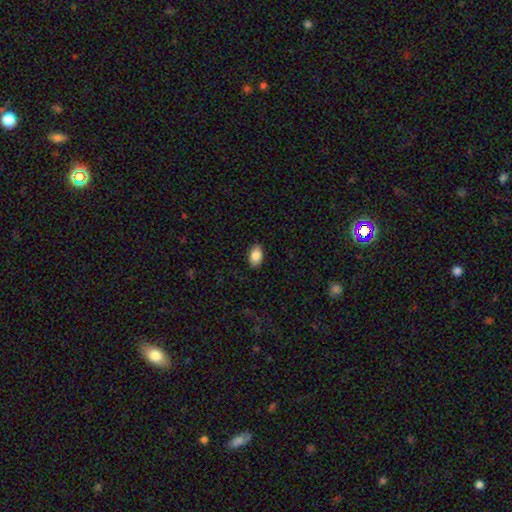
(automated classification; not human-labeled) Smooth or featured? smooth (87%)
How rounded? in between (92%)
Merging? none (88%)